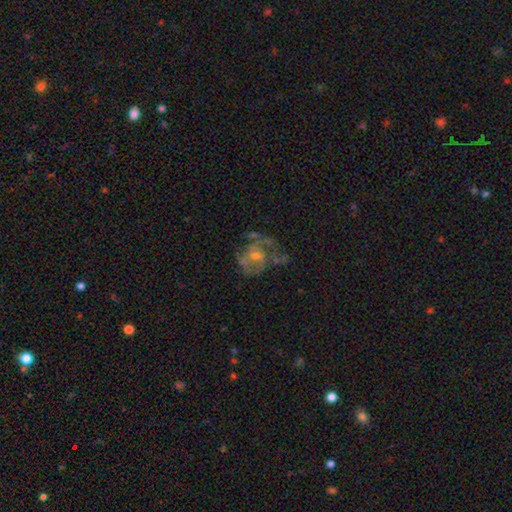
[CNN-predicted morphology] Smooth or featured? Predicted: featured or disk (p=0.73). Edge-on disk? Predicted: no (p=0.98). Bar? Predicted: no (p=0.66). Spiral arms? Predicted: yes (p=0.65). Bulge size? Predicted: small (p=0.50). Merging? Predicted: none (p=0.44).